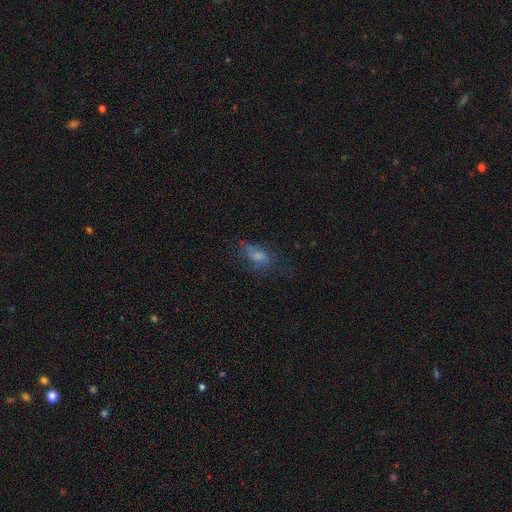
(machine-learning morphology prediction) type=smooth (49%); merging=none (61%).